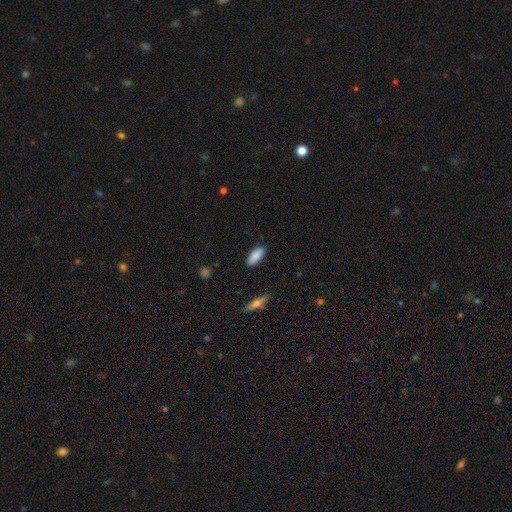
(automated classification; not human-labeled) smooth_or_featured: smooth (p=0.87) [alt: featured or disk p=0.07]
how_rounded: in between (p=0.82) [alt: cigar-shaped p=0.16]
merging: none (p=0.85) [alt: minor disturbance p=0.11]